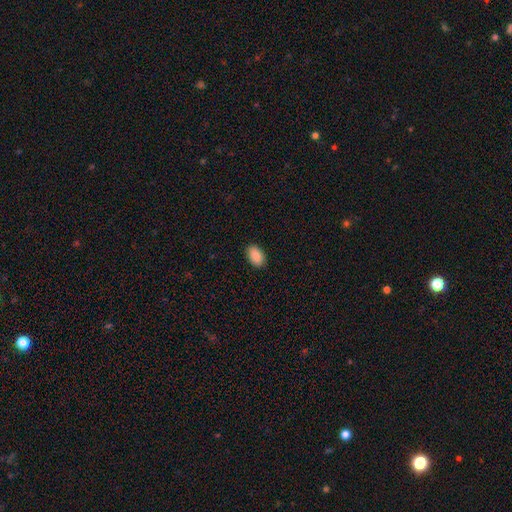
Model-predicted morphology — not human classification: Smooth or featured? Predicted: smooth (p=0.90). How rounded? Predicted: in between (p=0.91). Merging? Predicted: none (p=0.89).